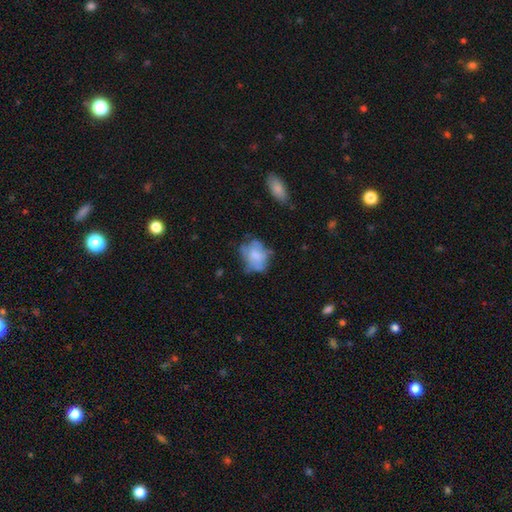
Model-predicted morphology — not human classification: smooth-or-featured: smooth: 60% | featured or disk: 32% | star or artifact: 9%
  how-rounded: in between: 63% | round: 36% | cigar-shaped: 1%
  merging: none: 44% | minor disturbance: 33% | major disturbance: 19% | merger: 4%